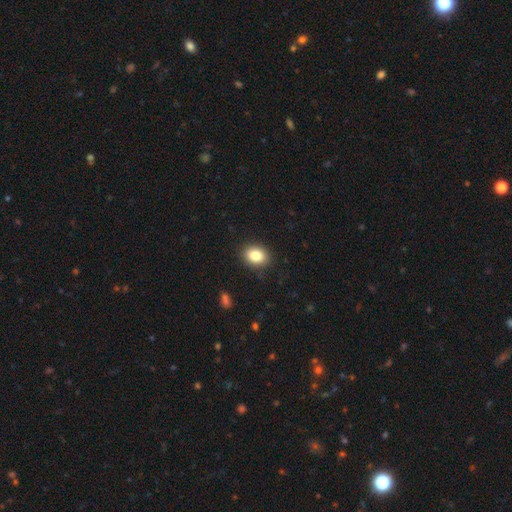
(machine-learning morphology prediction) smooth 83%, star or artifact 9%, featured or disk 7%. Down the decision tree: how rounded — in between (56%); merging — none (89%).